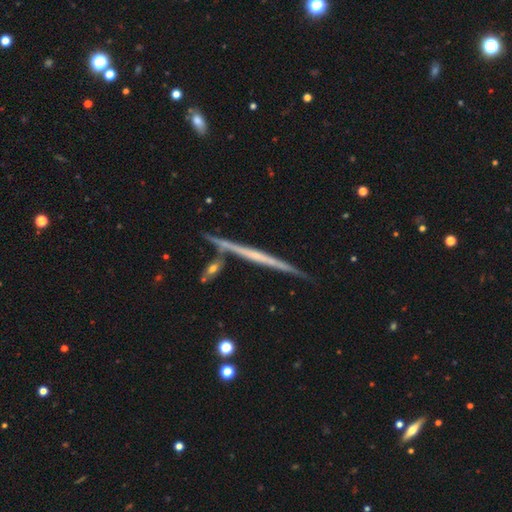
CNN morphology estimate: smooth_or_featured: featured or disk (p=0.70) [alt: smooth p=0.23]
disk_edge_on: yes (p=0.98) [alt: no p=0.02]
edge_on_bulge: none (p=0.82) [alt: rounded p=0.13]
merging: none (p=0.85) [alt: minor disturbance p=0.09]